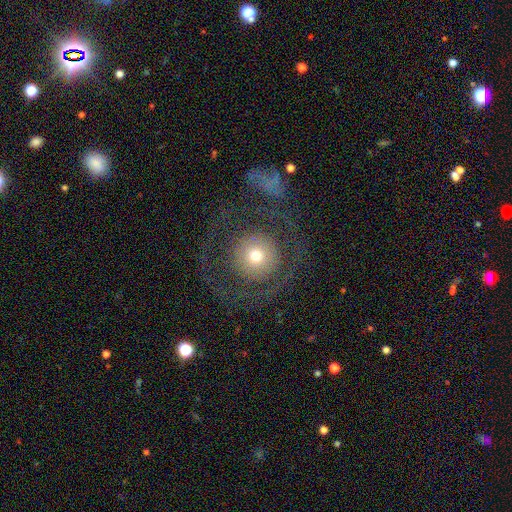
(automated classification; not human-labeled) Q: Smooth or featured?
A: smooth (47%); runner-up: featured or disk (43%)
Q: Merging?
A: none (73%); runner-up: major disturbance (16%)